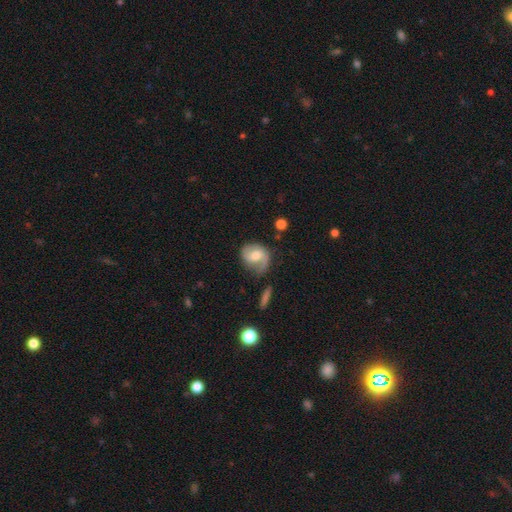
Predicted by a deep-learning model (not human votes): Morphology: type=featured or disk (63%); edge-on=no (97%); bar=weak (46%); spiral arms=yes (90%); winding=medium (43%); arm count=2 (71%); bulge=moderate (65%); merging=none (61%).